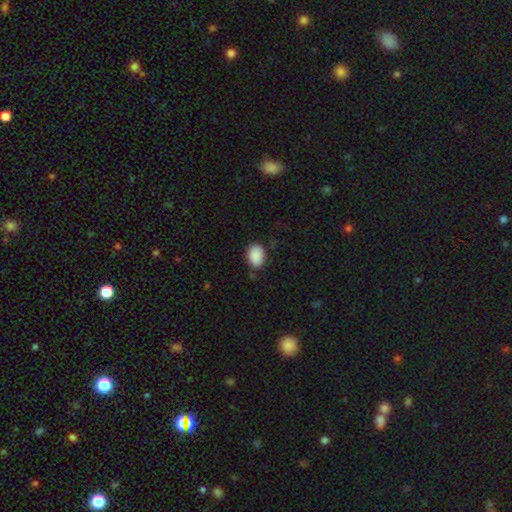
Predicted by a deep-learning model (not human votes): Smooth or featured? Predicted: smooth (p=0.90). How rounded? Predicted: in between (p=0.81). Merging? Predicted: none (p=0.80).